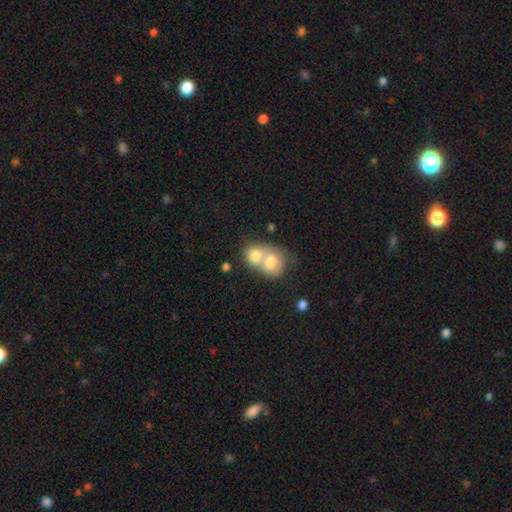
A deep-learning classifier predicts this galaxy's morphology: Smooth or featured?
  - smooth: 72% *
  - featured or disk: 20%
  - star or artifact: 7%
How rounded?
  - round: 63% *
  - in between: 36%
  - cigar-shaped: 1%
Merging?
  - merger: 76% *
  - none: 16%
  - minor disturbance: 5%
  - major disturbance: 3%